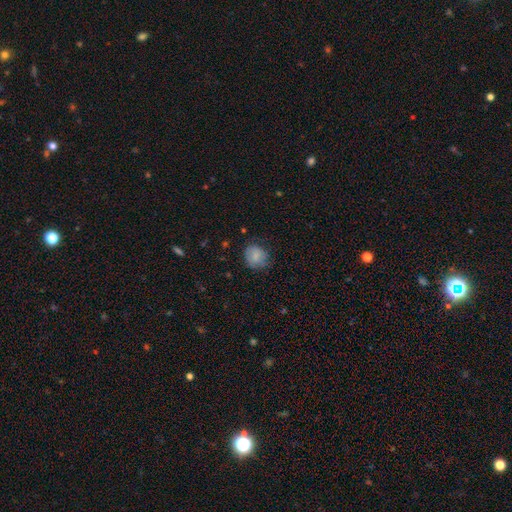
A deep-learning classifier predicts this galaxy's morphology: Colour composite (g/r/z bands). It shows a smooth galaxy with no disk features (81%) that is round (68%). Merging: none (67%).